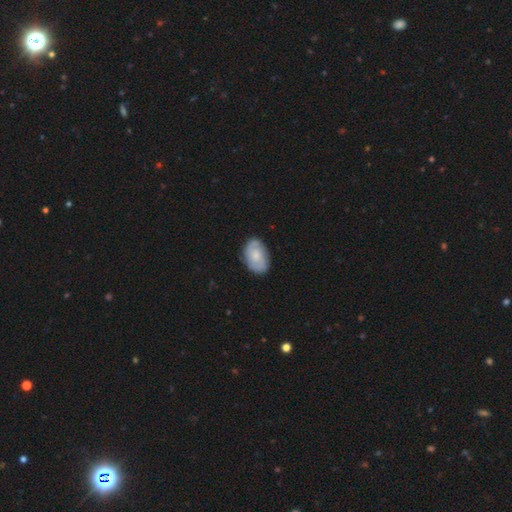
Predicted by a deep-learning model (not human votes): The model was most divided on "smooth or featured": featured or disk: 49%, smooth: 45%, star or artifact: 6%. More confident: merging — none (81%).